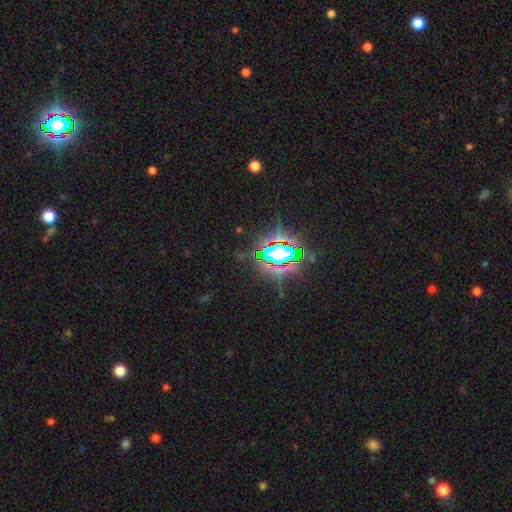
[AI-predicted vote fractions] Smooth or featured: star or artifact — 79% (smooth — 12%)